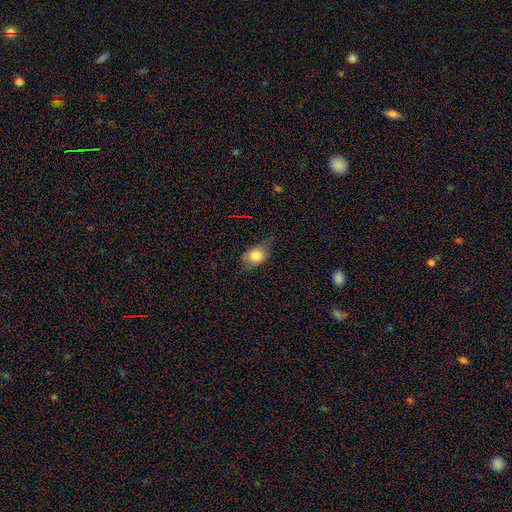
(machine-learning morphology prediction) A smooth galaxy with no disk features (77%) that is in between round and cigar-shaped (72%). Merging: none (59%).